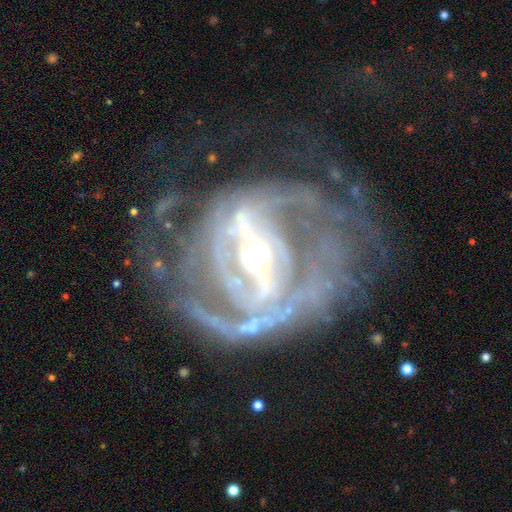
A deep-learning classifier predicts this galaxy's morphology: Smooth or featured? Predicted: featured or disk (p=0.90). Edge-on disk? Predicted: no (p=0.95). Bar? Predicted: strong (p=0.70). Spiral arms? Predicted: yes (p=0.89). Spiral winding? Predicted: tight (p=0.49). Spiral arm count? Predicted: 2 (p=0.44). Bulge size? Predicted: moderate (p=0.61). Merging? Predicted: none (p=0.49).